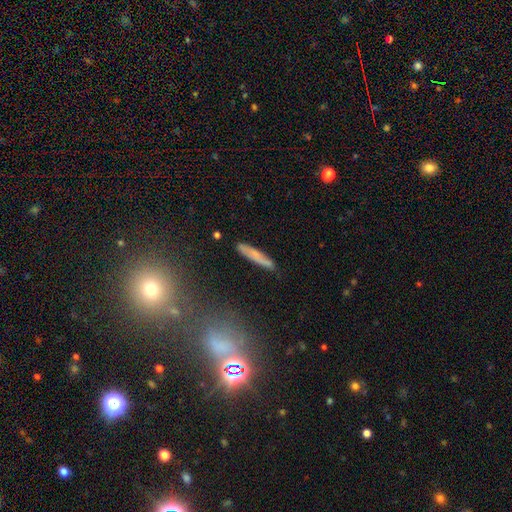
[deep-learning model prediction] Smooth or featured? Predicted: smooth (p=0.63). How rounded? Predicted: cigar-shaped (p=0.90). Merging? Predicted: none (p=0.81).